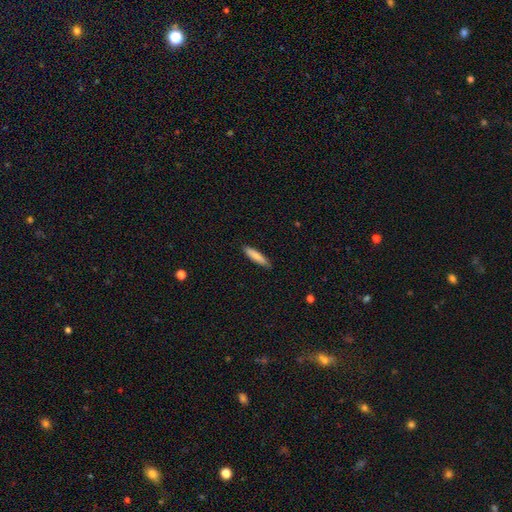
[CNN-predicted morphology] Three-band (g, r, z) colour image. It shows a smooth galaxy with no disk features (83%) that is cigar-shaped (82%). Merging: none (88%).